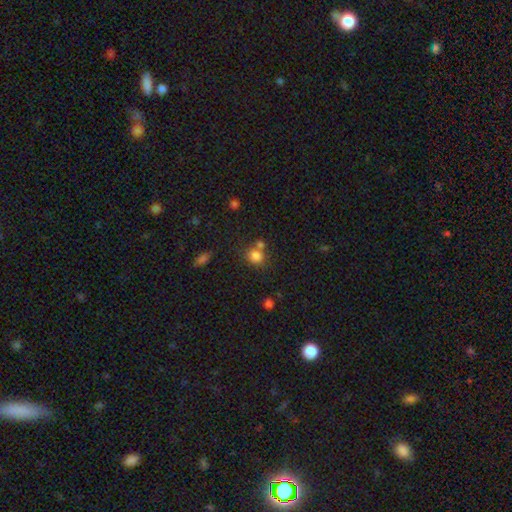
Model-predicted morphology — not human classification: This appears to be a smooth galaxy with no disk features (80%) that is round (81%). Merging: none (58%).